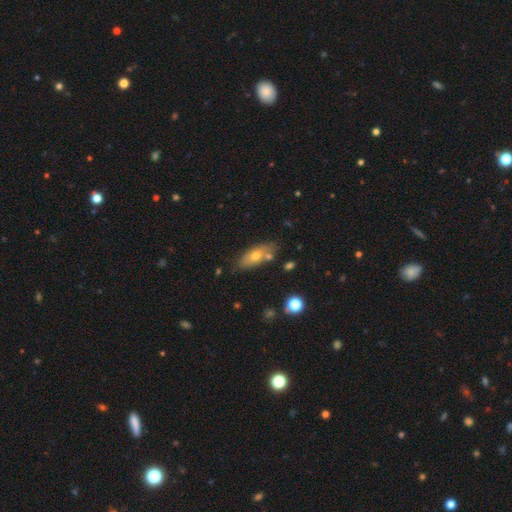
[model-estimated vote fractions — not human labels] smooth_or_featured: smooth (p=0.62) [alt: featured or disk p=0.30]
how_rounded: in between (p=0.79) [alt: cigar-shaped p=0.17]
merging: none (p=0.69) [alt: minor disturbance p=0.16]